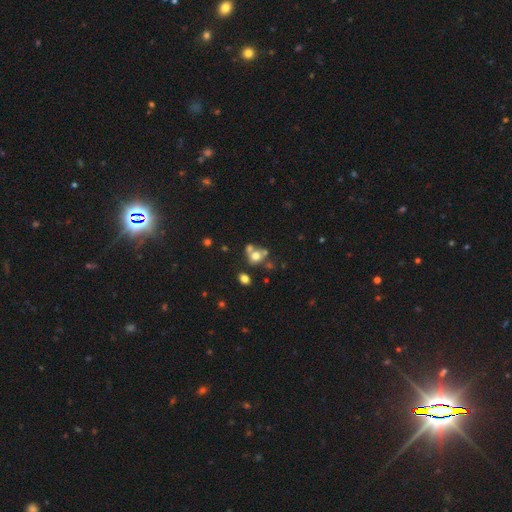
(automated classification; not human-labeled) smooth 66%, featured or disk 20%, star or artifact 14%. Down the decision tree: how rounded — round (56%); merging — merger (41%).